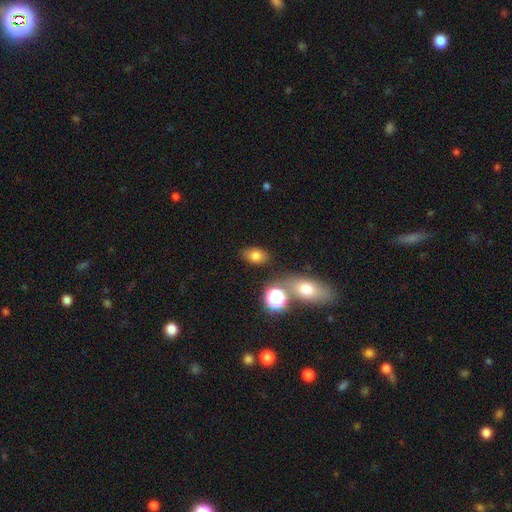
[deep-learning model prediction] Overall: smooth (76%). How rounded: in between (79%). Merging: none (81%).